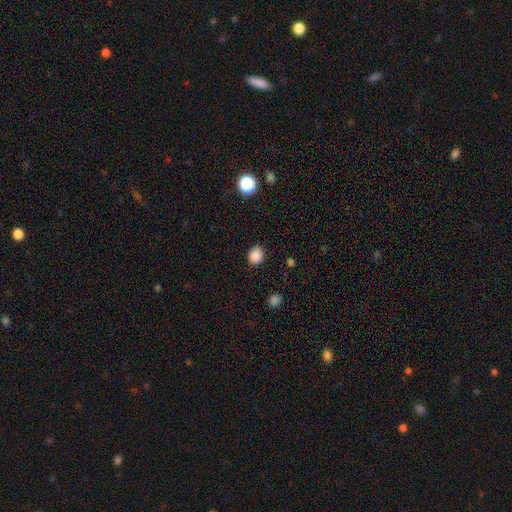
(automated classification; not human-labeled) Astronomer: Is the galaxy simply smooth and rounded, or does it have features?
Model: smooth — 87%.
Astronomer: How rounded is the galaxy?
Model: round — 71%.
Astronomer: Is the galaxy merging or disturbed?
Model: none — 87%.